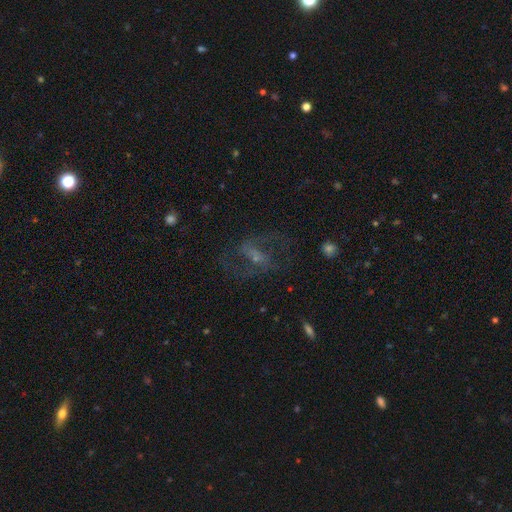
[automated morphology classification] type=featured or disk (69%); edge-on=no (95%); bar=weak (40%); spiral arms=yes (79%); winding=medium (48%); arm count=2 (84%); bulge=small (59%); merging=none (63%).